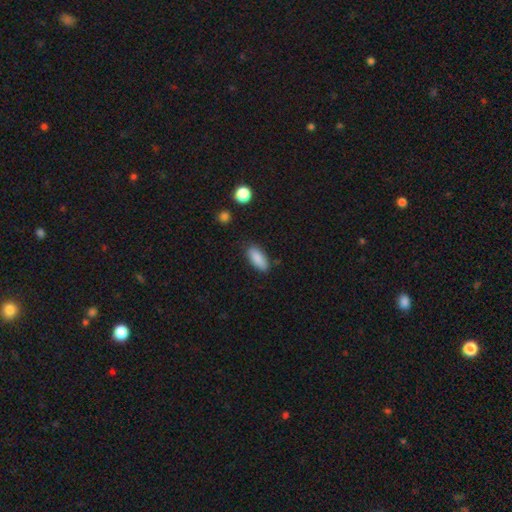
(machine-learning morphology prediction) smooth_or_featured: smooth (p=0.88) [alt: star or artifact p=0.07]
how_rounded: in between (p=0.81) [alt: cigar-shaped p=0.16]
merging: none (p=0.83) [alt: minor disturbance p=0.12]